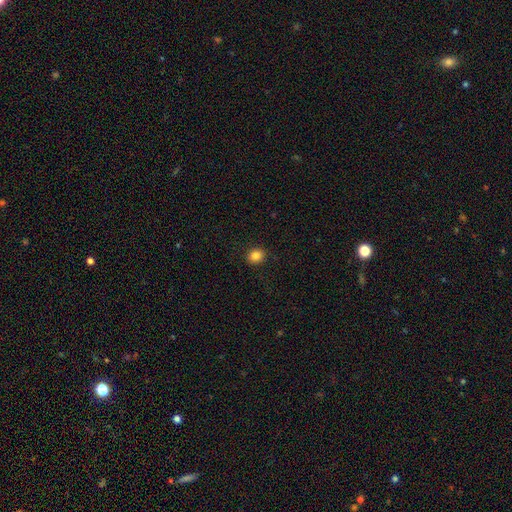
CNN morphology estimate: type=smooth (84%); roundness=round (70%); merging=none (91%).